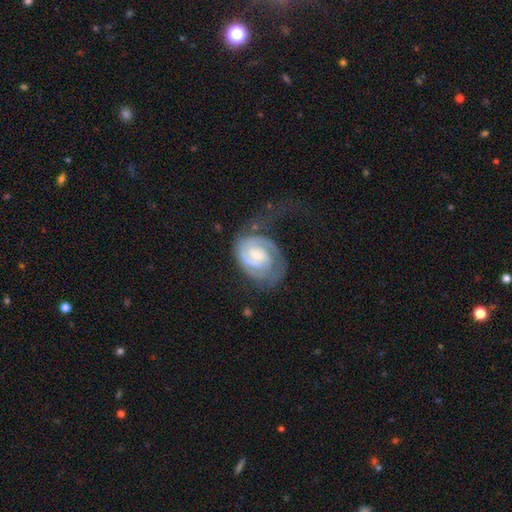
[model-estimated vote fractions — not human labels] This is clearly a featured or disk galaxy (83%). It is clearly not viewed edge-on (98%). Bar: possibly weak (52%). Spiral arm pattern: clearly yes (96%). Spiral arm count: possibly 2 (60%). Spiral winding: possibly tight (60%). Central bulge: possibly small (54%). Merging: possibly none (47%).